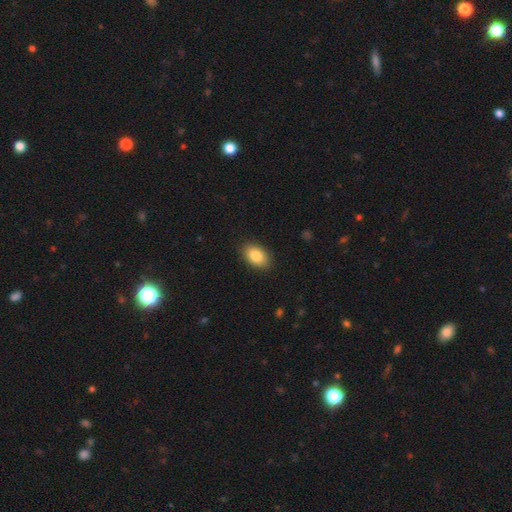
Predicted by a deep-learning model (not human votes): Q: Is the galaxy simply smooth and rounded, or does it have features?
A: smooth — 85%.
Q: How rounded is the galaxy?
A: in between — 89%.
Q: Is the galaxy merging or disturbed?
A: none — 88%.